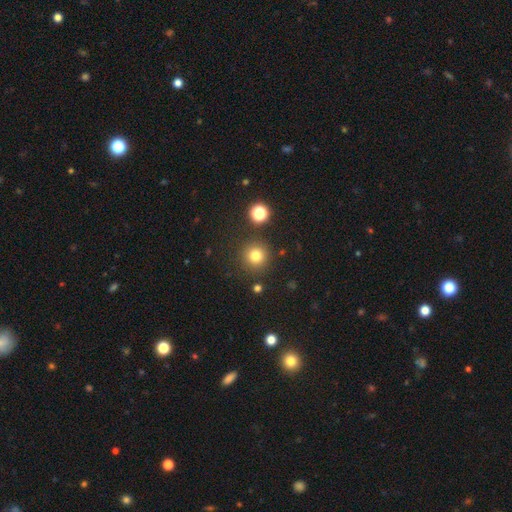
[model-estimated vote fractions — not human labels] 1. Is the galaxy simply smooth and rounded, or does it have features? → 78% smooth, 15% star or artifact, 7% featured or disk.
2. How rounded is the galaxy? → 95% round, 4% in between, 1% cigar-shaped.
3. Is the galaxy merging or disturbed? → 87% none, 7% minor disturbance, 3% merger, 3% major disturbance.